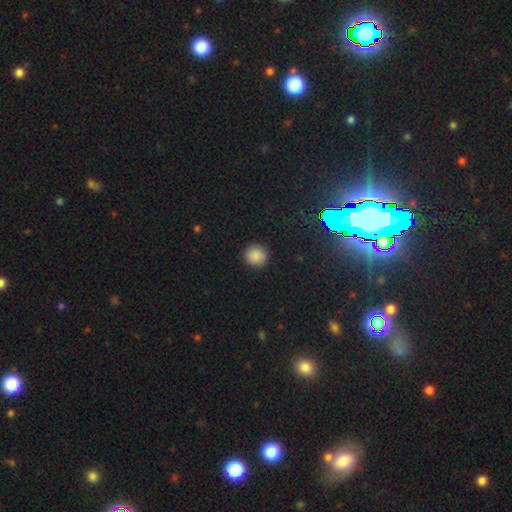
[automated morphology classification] Smooth or featured: smooth — 86% (star or artifact — 10%)
How rounded: round — 90% (in between — 9%)
Merging: none — 91% (minor disturbance — 6%)